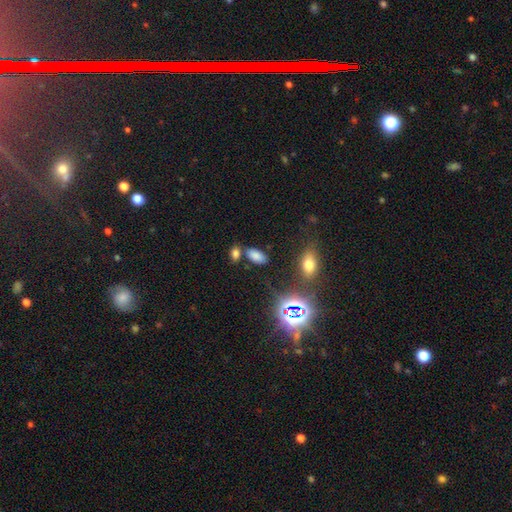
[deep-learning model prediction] A smooth galaxy with no disk features (74%) that is in between round and cigar-shaped (91%).

Vote fractions:
- Smooth or featured? smooth: 74% / star or artifact: 19% / featured or disk: 7%
- How rounded? in between: 91% / cigar-shaped: 5% / round: 4%
- Merging? none: 70% / merger: 15% / minor disturbance: 11% / major disturbance: 4%